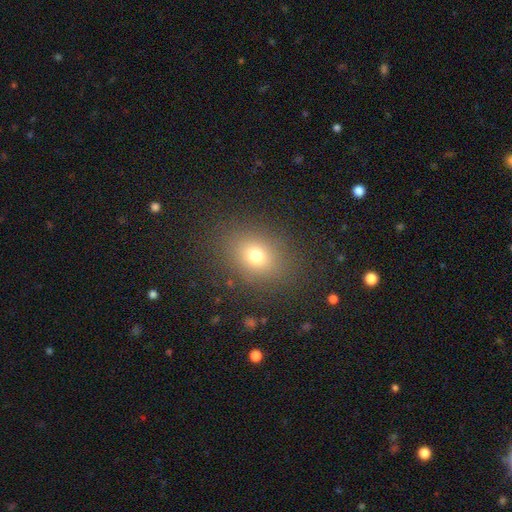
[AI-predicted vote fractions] smooth-or-featured: smooth: 73% | star or artifact: 16% | featured or disk: 11%
  how-rounded: in between: 56% | round: 43% | cigar-shaped: 1%
  merging: none: 85% | minor disturbance: 10% | major disturbance: 4% | merger: 1%